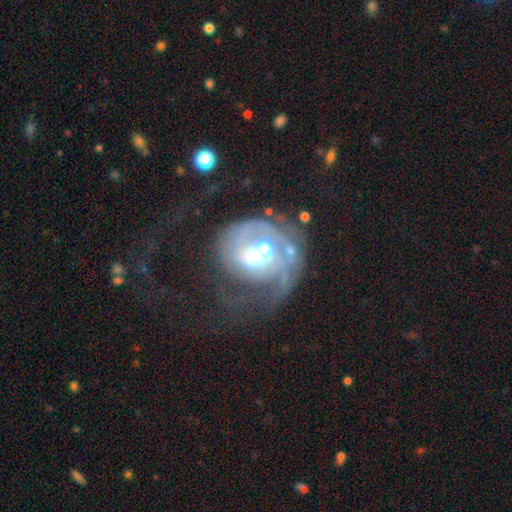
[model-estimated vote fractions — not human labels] The model was most divided on "merging": major disturbance: 38%, none: 29%, merger: 18%, minor disturbance: 15%. More confident: edge-on disk — no (97%); smooth or featured — featured or disk (69%); spiral arms — yes (69%); bar — no (63%); bulge size — moderate (56%).